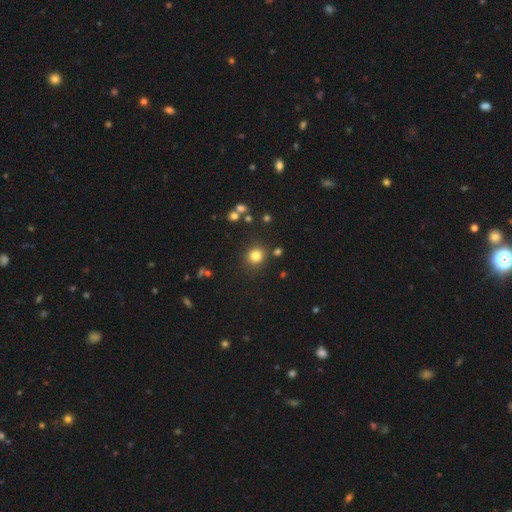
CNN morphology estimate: Smooth or featured? smooth (81%)
How rounded? round (88%)
Merging? none (85%)